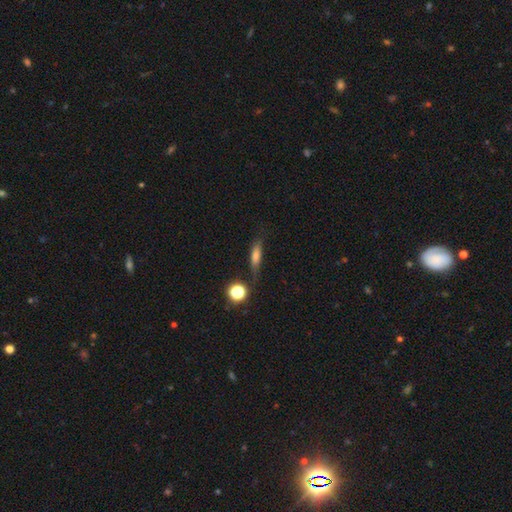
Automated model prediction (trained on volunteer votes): Smooth or featured? Predicted: smooth (p=0.65). How rounded? Predicted: cigar-shaped (p=0.63). Merging? Predicted: none (p=0.69).